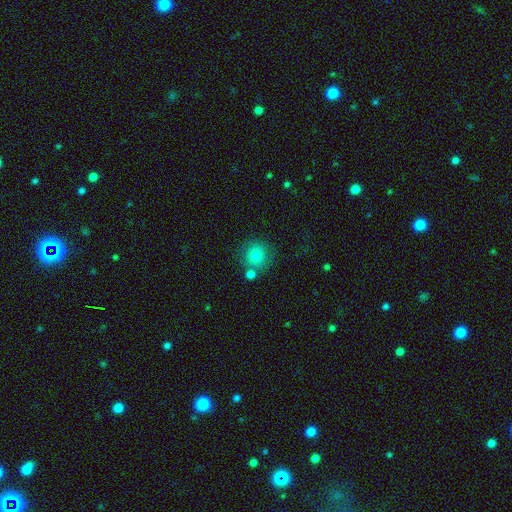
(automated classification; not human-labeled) smooth-or-featured: smooth: 80% | star or artifact: 11% | featured or disk: 10%
  how-rounded: round: 92% | in between: 7% | cigar-shaped: 1%
  merging: none: 71% | merger: 14% | minor disturbance: 11% | major disturbance: 4%